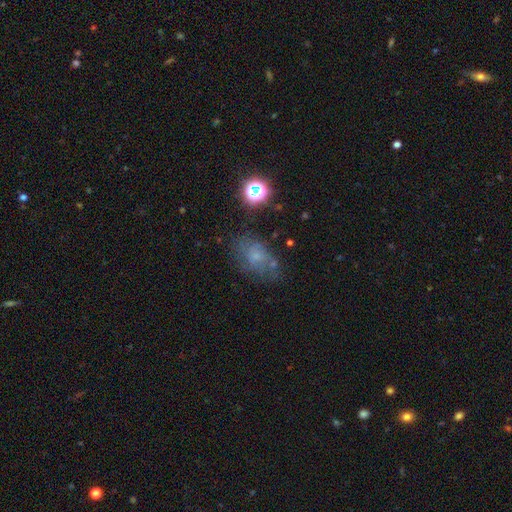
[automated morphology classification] This is possibly a smooth galaxy (50%). How rounded: likely in between (76%). Merging: possibly none (55%).